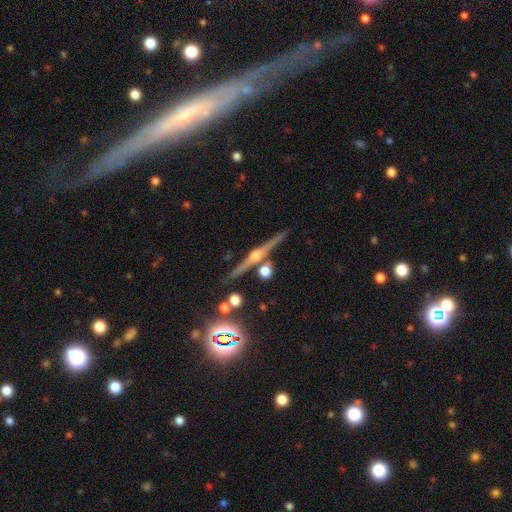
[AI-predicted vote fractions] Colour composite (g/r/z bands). It shows a featured or disk galaxy (83%) viewed edge-on (98%) with a rounded central bulge (92%). Merging: none (86%).